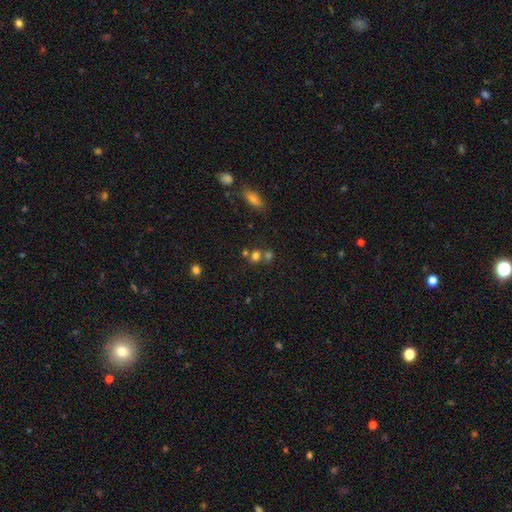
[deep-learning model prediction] smooth 69%, star or artifact 19%, featured or disk 12%. Down the decision tree: how rounded — round (76%); merging — none (45%).